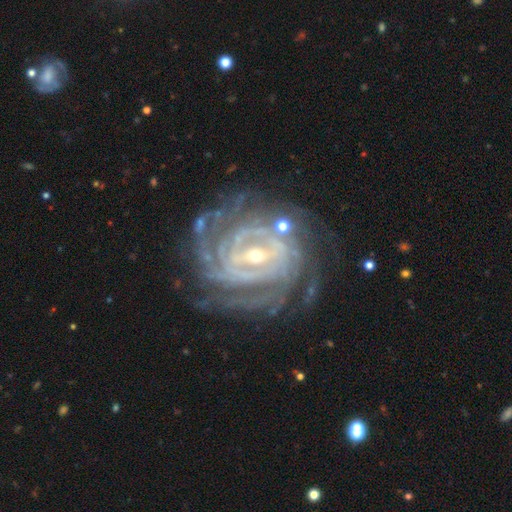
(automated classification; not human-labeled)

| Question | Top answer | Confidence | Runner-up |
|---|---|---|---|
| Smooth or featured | featured or disk | 92% | star or artifact (5%) |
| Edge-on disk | no | 97% | yes (3%) |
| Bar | strong | 46% | weak (39%) |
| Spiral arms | yes | 98% | no (2%) |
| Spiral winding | tight | 78% | medium (19%) |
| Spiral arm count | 4 | 30% | more than 4 (19%) |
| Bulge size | small | 68% | moderate (28%) |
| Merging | none | 73% | minor disturbance (16%) |